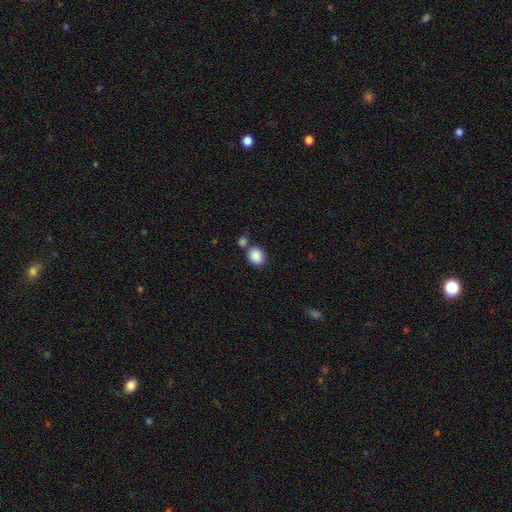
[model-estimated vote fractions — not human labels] Smooth or featured? Predicted: smooth (p=0.88). How rounded? Predicted: round (p=0.59). Merging? Predicted: none (p=0.63).